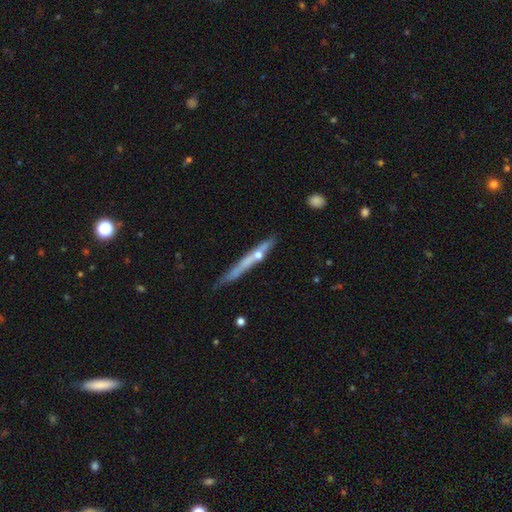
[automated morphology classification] A featured or disk galaxy (60%) viewed edge-on (93%) with a rounded central bulge (54%). Merging: none (73%).